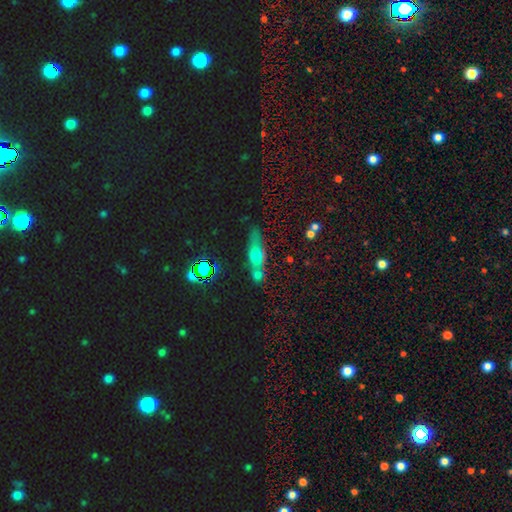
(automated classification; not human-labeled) Q: Smooth or featured?
A: smooth (47%); runner-up: star or artifact (31%)
Q: Merging?
A: none (56%); runner-up: minor disturbance (18%)